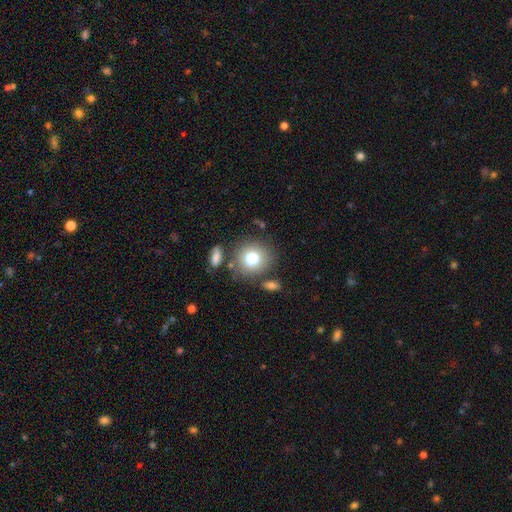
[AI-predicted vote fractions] smooth 76%, featured or disk 13%, star or artifact 11%. Down the decision tree: how rounded — round (87%); merging — none (77%).